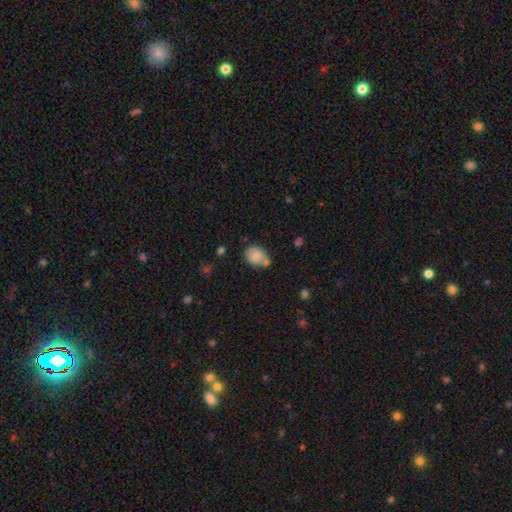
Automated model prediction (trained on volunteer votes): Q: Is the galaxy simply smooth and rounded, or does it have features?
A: smooth — 85%.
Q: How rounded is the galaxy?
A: in between — 51%.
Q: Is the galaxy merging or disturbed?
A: none — 58%.